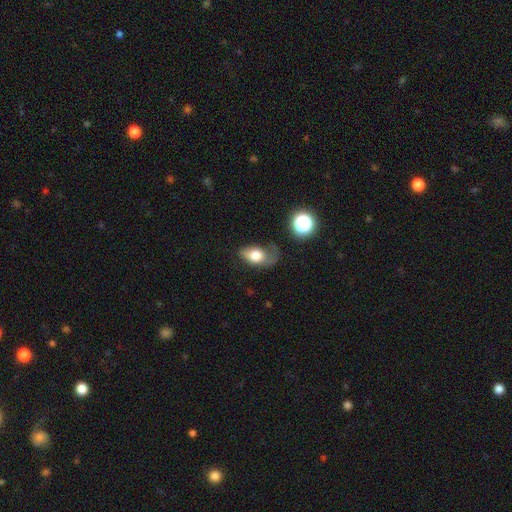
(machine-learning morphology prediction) Smooth or featured? Predicted: smooth (p=0.65). How rounded? Predicted: in between (p=0.79). Merging? Predicted: major disturbance (p=0.35).